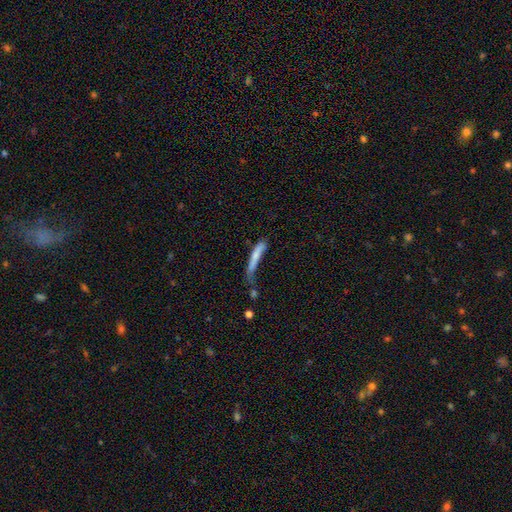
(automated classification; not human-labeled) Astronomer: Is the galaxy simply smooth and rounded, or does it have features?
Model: smooth — 67%.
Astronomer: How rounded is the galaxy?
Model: cigar-shaped — 90%.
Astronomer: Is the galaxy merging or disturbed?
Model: none — 31% (runner-up: major disturbance, 29%).